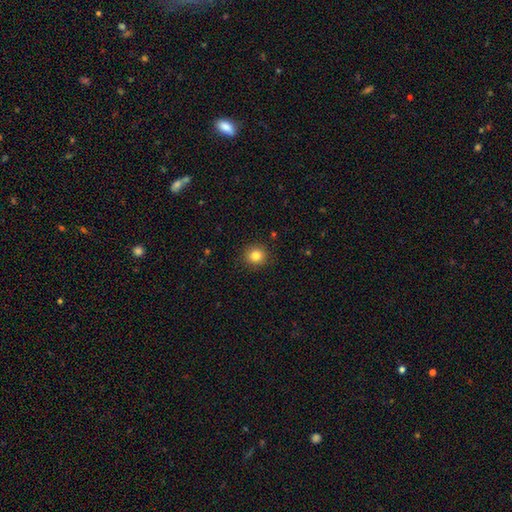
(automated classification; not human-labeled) smooth 83%, star or artifact 11%, featured or disk 6%. Down the decision tree: how rounded — round (89%); merging — none (90%).